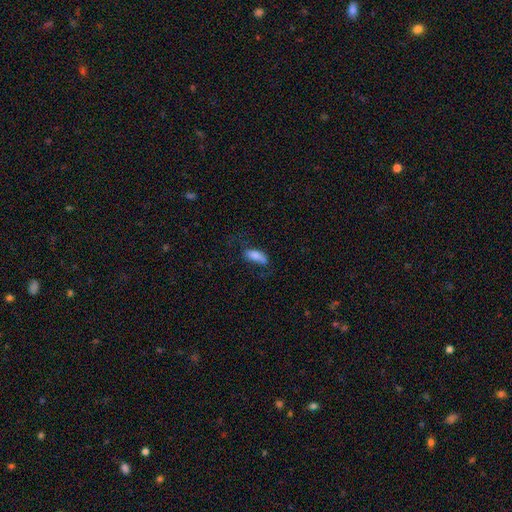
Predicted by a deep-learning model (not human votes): smooth-or-featured: smooth: 79% | featured or disk: 13% | star or artifact: 7%
  how-rounded: in between: 74% | cigar-shaped: 24% | round: 3%
  merging: none: 56% | minor disturbance: 26% | major disturbance: 15% | merger: 3%